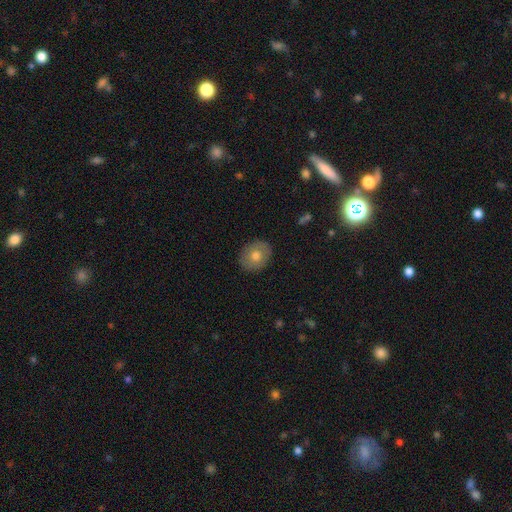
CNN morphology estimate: smooth 72%, featured or disk 20%, star or artifact 9%. Down the decision tree: how rounded — round (56%); merging — none (88%).